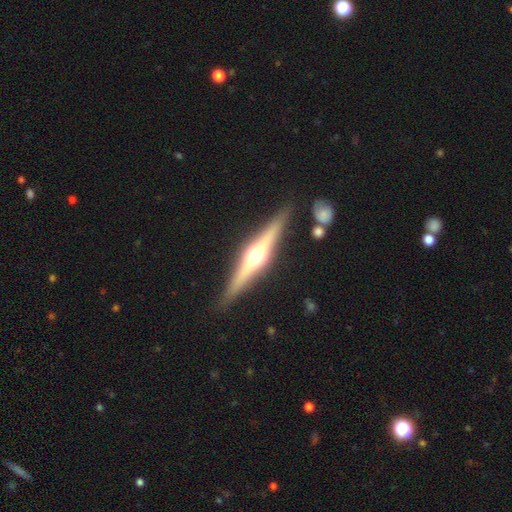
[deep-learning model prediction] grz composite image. It shows a featured or disk galaxy (73%) viewed edge-on (97%) with a rounded central bulge (94%). Merging: none (88%).